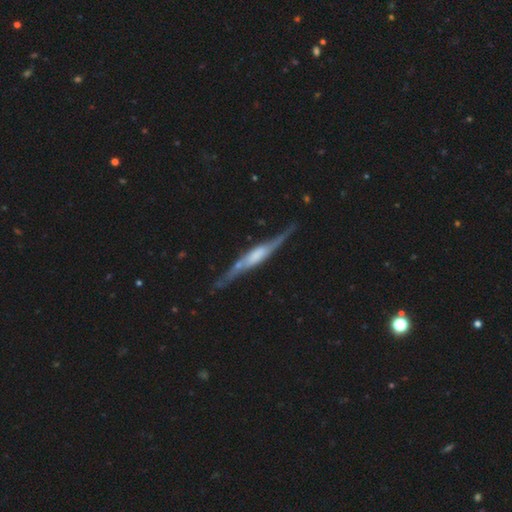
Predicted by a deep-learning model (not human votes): The model was most divided on "edge-on bulge": boxy: 58%, rounded: 29%, none: 13%. More confident: edge-on disk — yes (93%); smooth or featured — featured or disk (79%); merging — none (77%).